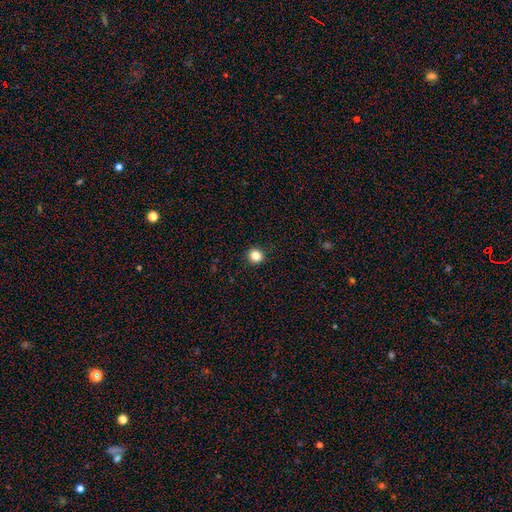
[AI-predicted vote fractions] The model was most divided on "smooth or featured": smooth: 84%, star or artifact: 12%, featured or disk: 4%. More confident: merging — none (93%); how rounded — round (90%).